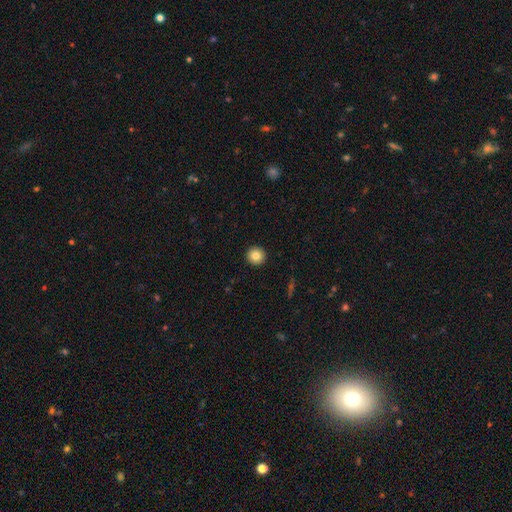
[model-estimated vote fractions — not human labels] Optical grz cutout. It shows a smooth galaxy with no disk features (82%) that is round (94%). Merging: none (93%).